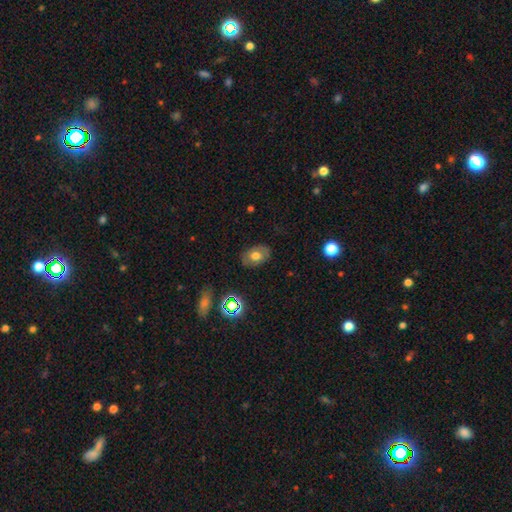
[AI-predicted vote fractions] smooth 64%, featured or disk 24%, star or artifact 12%. Down the decision tree: how rounded — in between (79%); merging — none (81%).